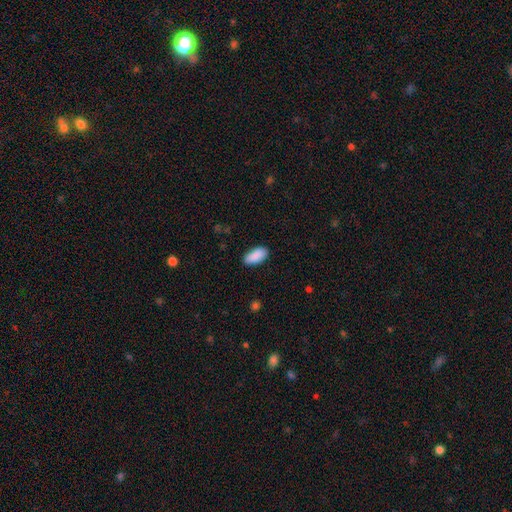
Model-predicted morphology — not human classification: Smooth or featured: smooth — 91% (star or artifact — 6%)
How rounded: in between — 91% (cigar-shaped — 7%)
Merging: none — 85% (minor disturbance — 11%)